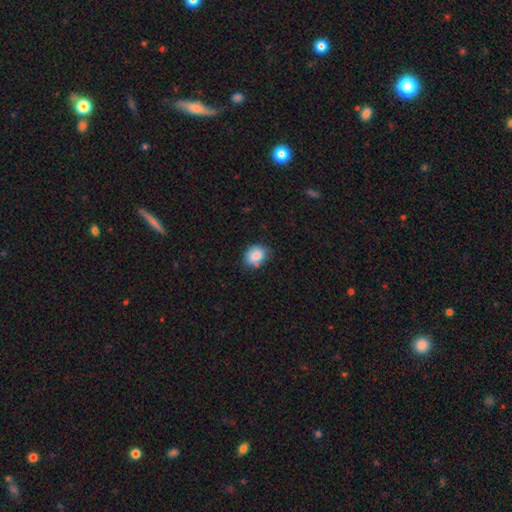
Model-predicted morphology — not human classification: This is clearly a smooth galaxy (84%). How rounded: possibly in between (55%). Merging: likely none (73%).